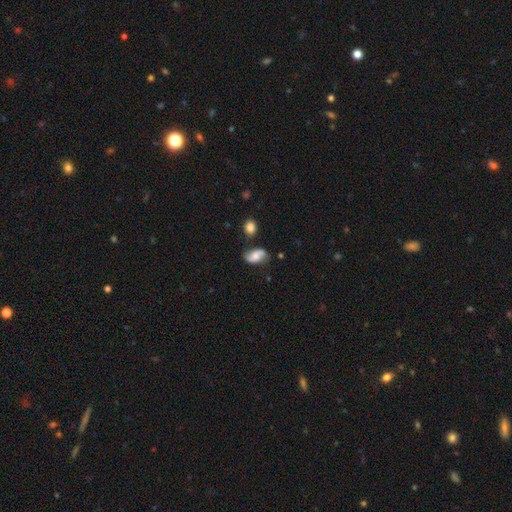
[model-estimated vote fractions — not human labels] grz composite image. It shows a featured or disk galaxy (55%) with no bar (58%), spiral arms (90%) and a moderate central bulge (41%). Merging: none (65%).